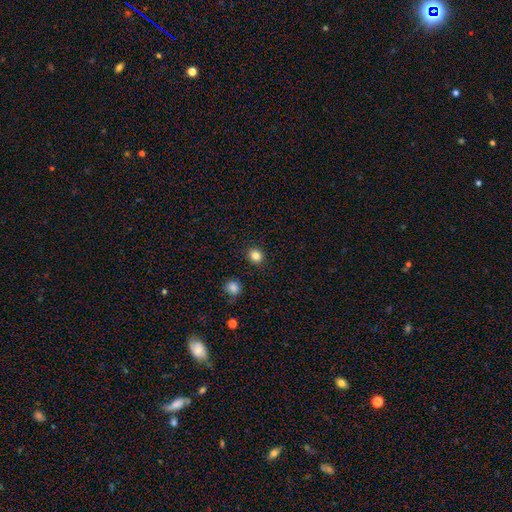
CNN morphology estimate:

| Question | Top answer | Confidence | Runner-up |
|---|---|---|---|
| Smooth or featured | smooth | 84% | star or artifact (12%) |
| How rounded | round | 81% | in between (18%) |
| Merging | none | 91% | minor disturbance (6%) |